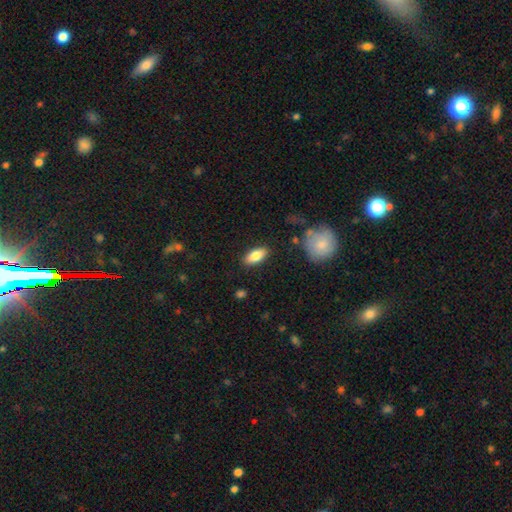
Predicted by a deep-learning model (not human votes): Q: Smooth or featured?
A: smooth (79%); runner-up: featured or disk (15%)
Q: How rounded?
A: in between (84%); runner-up: cigar-shaped (13%)
Q: Merging?
A: none (87%); runner-up: minor disturbance (9%)